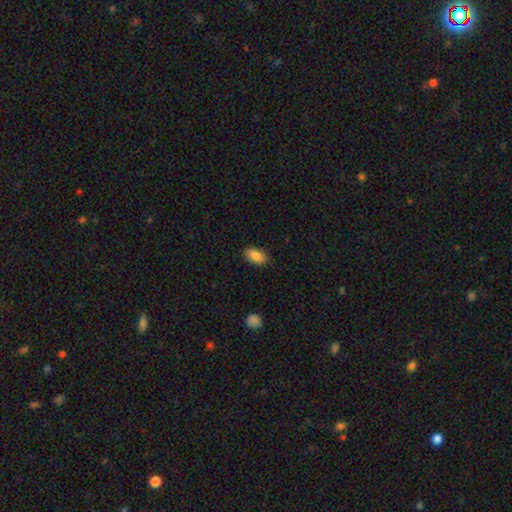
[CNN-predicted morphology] This is clearly a smooth galaxy (86%). How rounded: clearly in between (93%). Merging: clearly none (86%).